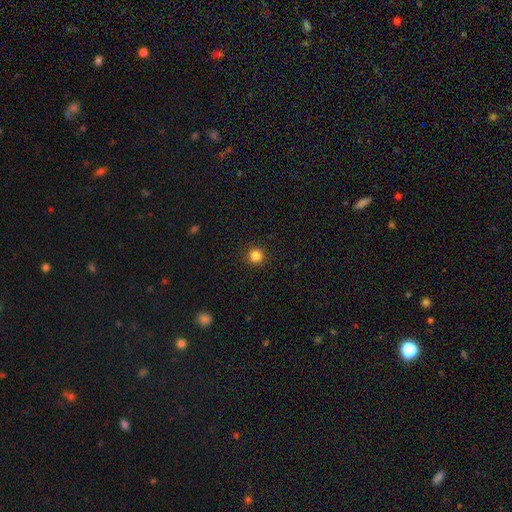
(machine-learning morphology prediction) The model was most divided on "smooth or featured": smooth: 84%, star or artifact: 12%, featured or disk: 4%. More confident: how rounded — round (95%); merging — none (92%).